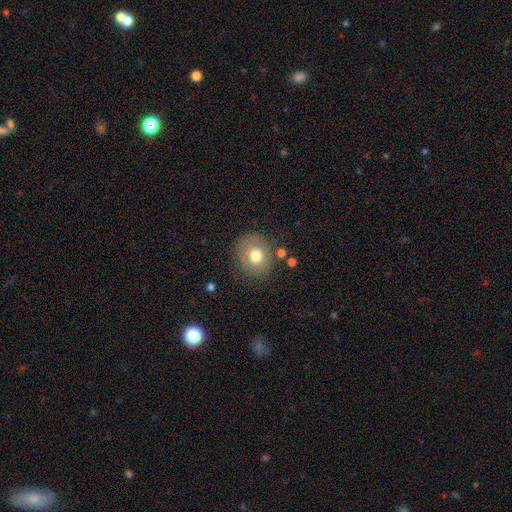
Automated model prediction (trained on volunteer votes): smooth 72%, featured or disk 18%, star or artifact 10%. Down the decision tree: how rounded — round (77%); merging — none (79%).